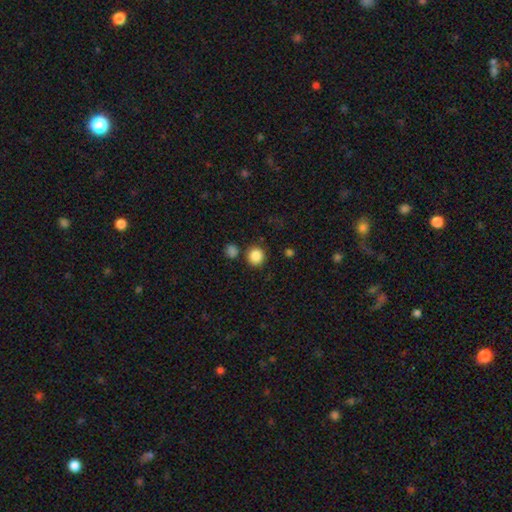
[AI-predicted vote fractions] Overall: smooth (87%). How rounded: round (92%). Merging: none (84%).